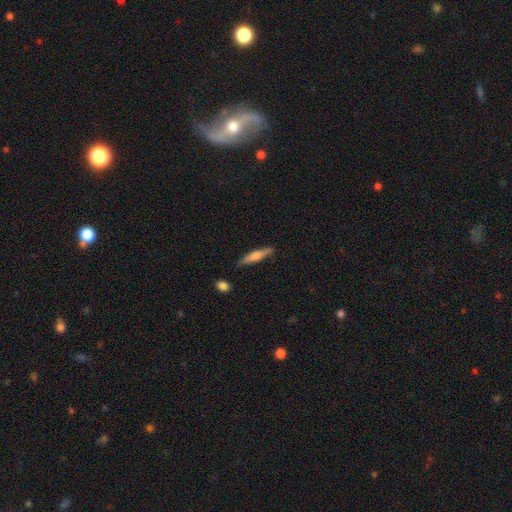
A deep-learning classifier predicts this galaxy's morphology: smooth-or-featured: smooth: 57% | featured or disk: 37% | star or artifact: 6%
  how-rounded: cigar-shaped: 87% | in between: 12% | round: 2%
  merging: none: 83% | minor disturbance: 12% | major disturbance: 2% | merger: 2%